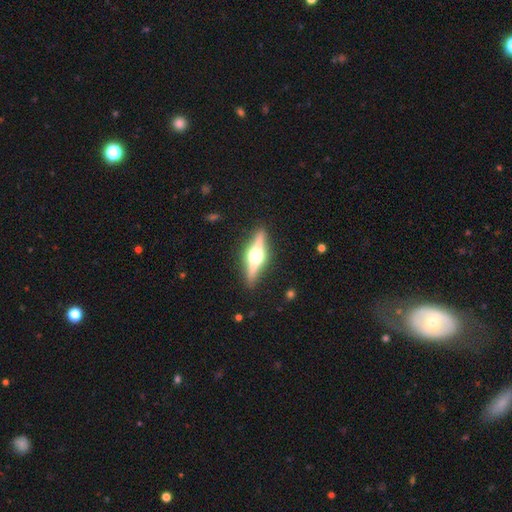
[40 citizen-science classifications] featured or disk 90%, smooth 8%, star or artifact 2%. Down the decision tree: edge-on disk — yes (100%); edge-on bulge — rounded (97%); merging — none (97%).